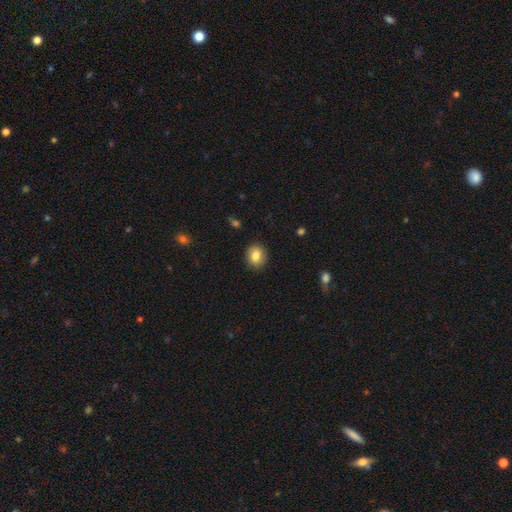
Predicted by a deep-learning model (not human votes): smooth_or_featured: smooth (p=0.82) [alt: featured or disk p=0.09]
how_rounded: round (p=0.65) [alt: in between p=0.34]
merging: none (p=0.89) [alt: minor disturbance p=0.08]